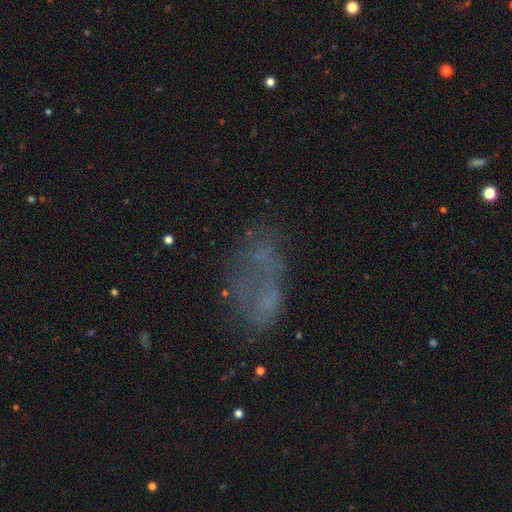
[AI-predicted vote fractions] Smooth or featured? featured or disk (39%)
Merging? none (45%)